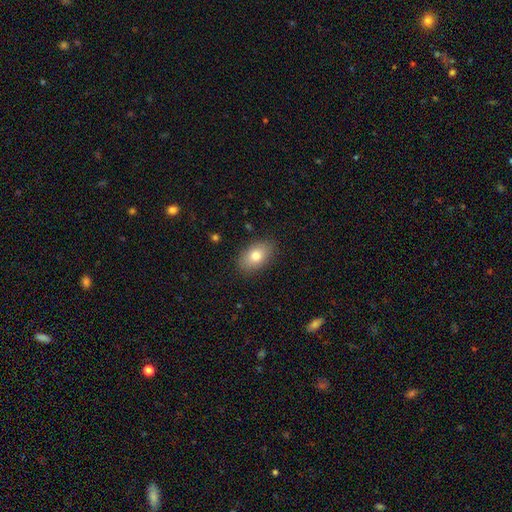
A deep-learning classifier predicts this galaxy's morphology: smooth 79%, featured or disk 13%, star or artifact 8%. Down the decision tree: how rounded — in between (89%); merging — none (86%).